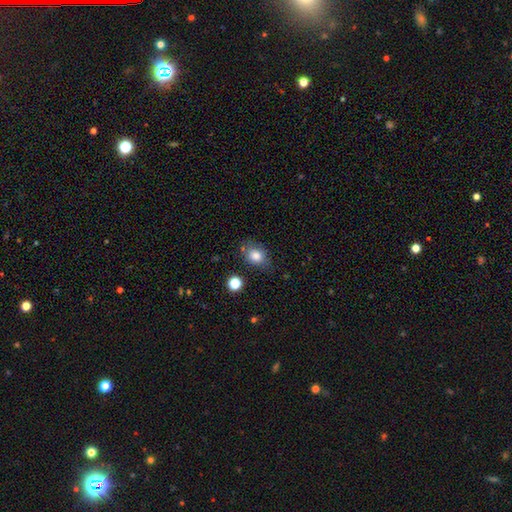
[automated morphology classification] This appears to be a smooth galaxy with no disk features (81%) that is in between round and cigar-shaped (58%). Merging: none (69%).